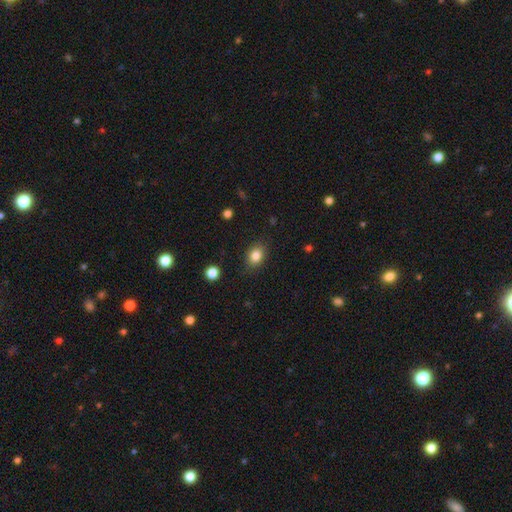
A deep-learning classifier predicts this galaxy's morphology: smooth-or-featured: smooth: 83% | star or artifact: 10% | featured or disk: 7%
  how-rounded: in between: 63% | round: 36% | cigar-shaped: 1%
  merging: none: 85% | minor disturbance: 11% | major disturbance: 3% | merger: 1%